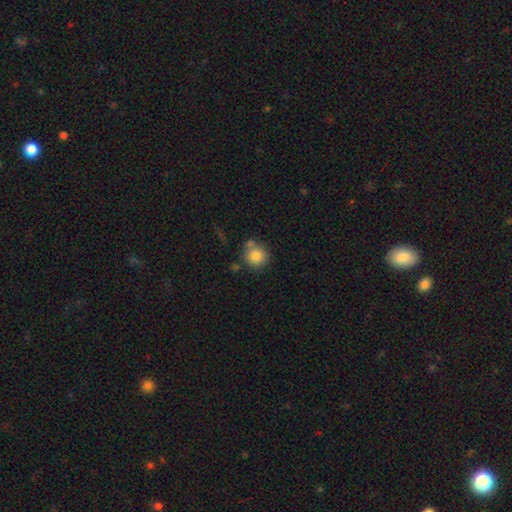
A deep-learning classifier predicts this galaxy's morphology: A smooth galaxy with no disk features (84%) that is round (91%).

Vote fractions:
- Smooth or featured? smooth: 84% / star or artifact: 9% / featured or disk: 7%
- How rounded? round: 91% / in between: 8% / cigar-shaped: 1%
- Merging? none: 67% / merger: 16% / minor disturbance: 13% / major disturbance: 4%